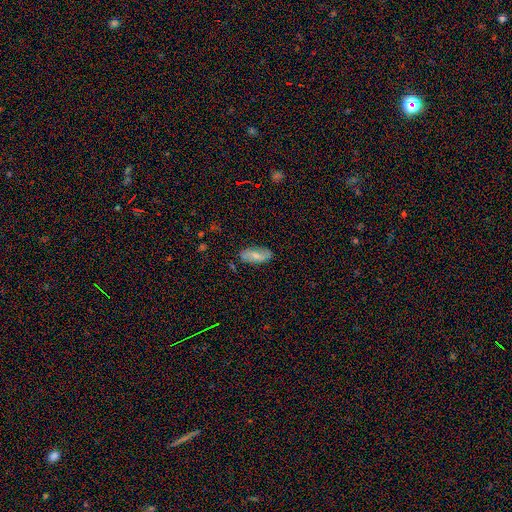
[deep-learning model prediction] The model was most divided on "smooth or featured": smooth: 60%, featured or disk: 33%, star or artifact: 7%. More confident: how rounded — in between (86%); merging — none (80%).